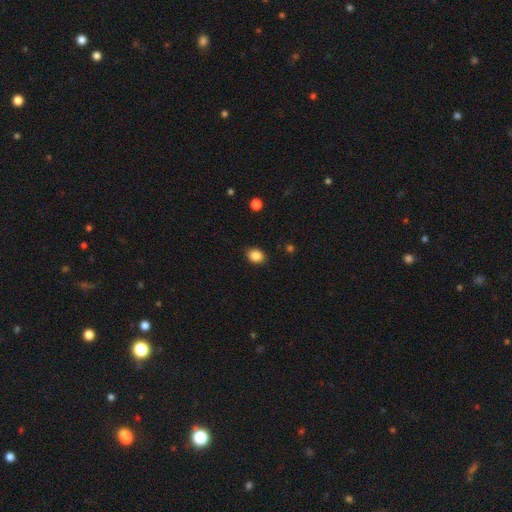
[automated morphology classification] Overall: smooth (87%). How rounded: in between (52%; round 47%). Merging: none (88%).